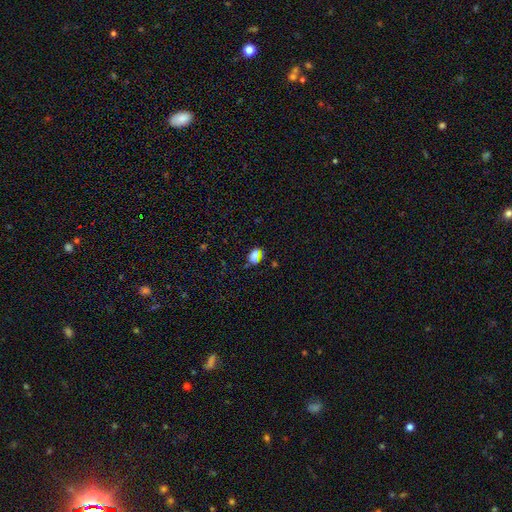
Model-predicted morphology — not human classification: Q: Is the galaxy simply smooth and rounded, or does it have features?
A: smooth — 68%.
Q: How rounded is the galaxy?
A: in between — 70%.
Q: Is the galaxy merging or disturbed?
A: none — 72%.